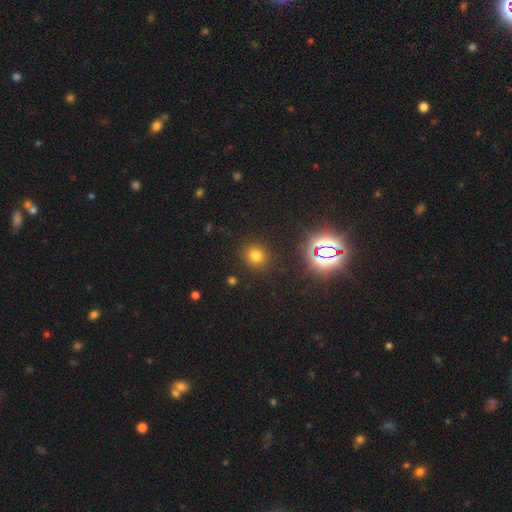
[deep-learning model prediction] Smooth or featured?
  - smooth: 72% *
  - star or artifact: 21%
  - featured or disk: 7%
How rounded?
  - round: 84% *
  - in between: 15%
  - cigar-shaped: 1%
Merging?
  - none: 89% *
  - minor disturbance: 6%
  - major disturbance: 3%
  - merger: 2%